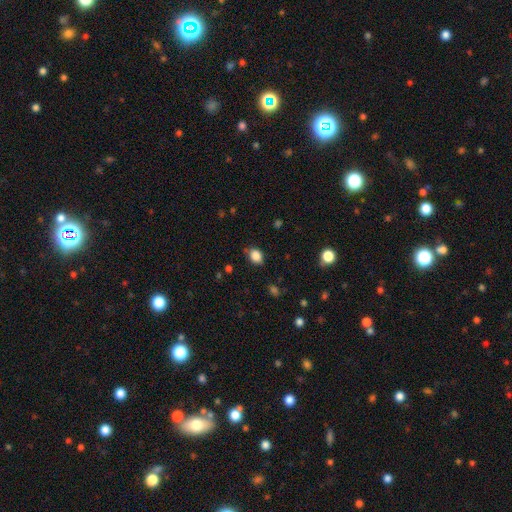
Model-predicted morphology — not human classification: This is clearly a smooth galaxy (86%). How rounded: likely in between (64%). Merging: likely none (73%).